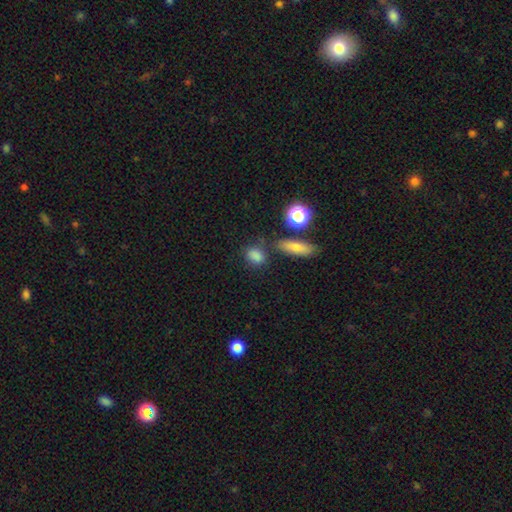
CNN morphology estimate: This is likely a smooth galaxy (78%). How rounded: possibly in between (57%). Merging: likely none (68%).